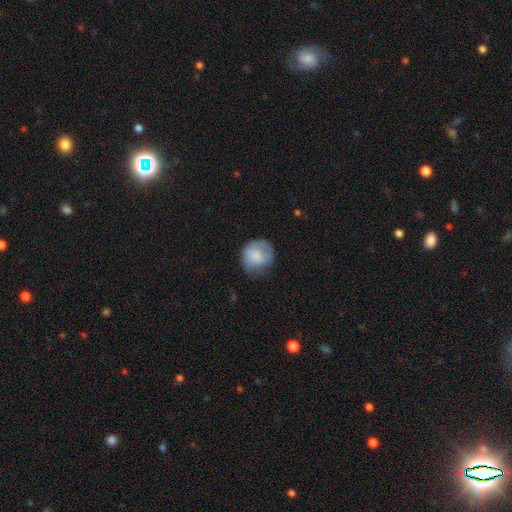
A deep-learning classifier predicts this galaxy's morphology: type=smooth (77%); roundness=round (86%); merging=none (63%).